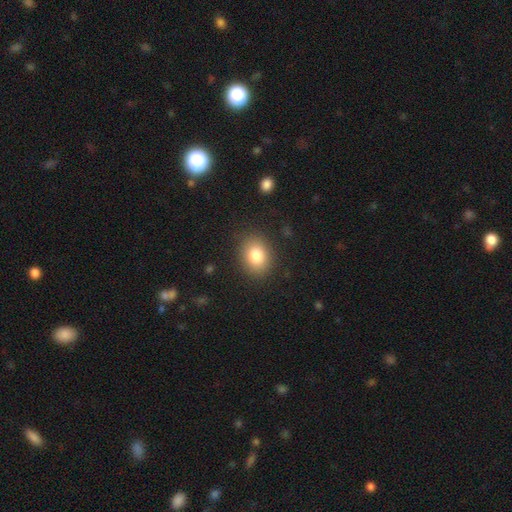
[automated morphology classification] Smooth or featured? Predicted: smooth (p=0.82). How rounded? Predicted: in between (p=0.54). Merging? Predicted: none (p=0.86).